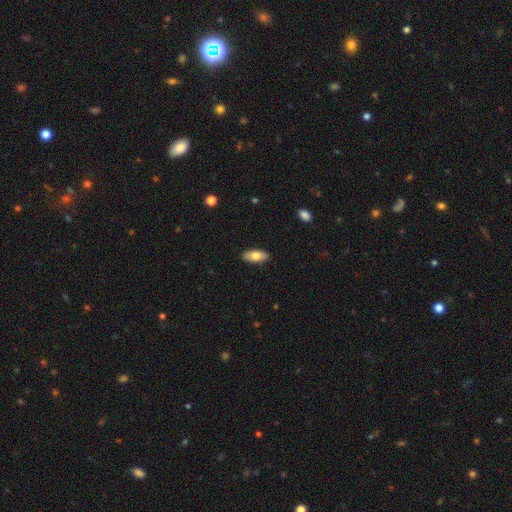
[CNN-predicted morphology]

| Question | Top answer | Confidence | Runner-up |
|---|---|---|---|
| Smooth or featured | smooth | 77% | featured or disk (17%) |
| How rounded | in between | 87% | cigar-shaped (10%) |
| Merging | none | 89% | minor disturbance (8%) |